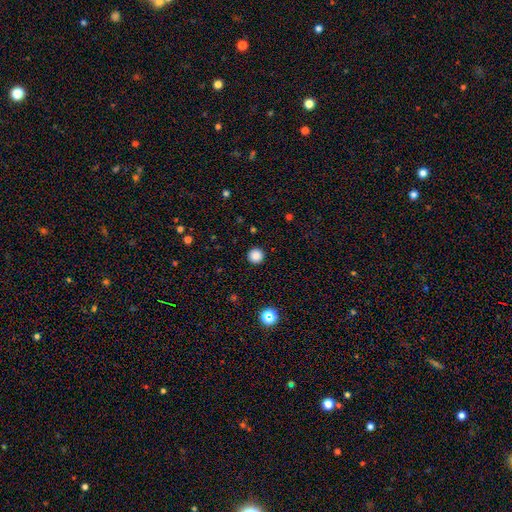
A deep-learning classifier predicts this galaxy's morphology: smooth 86%, star or artifact 11%, featured or disk 3%. Down the decision tree: how rounded — round (96%); merging — none (93%).